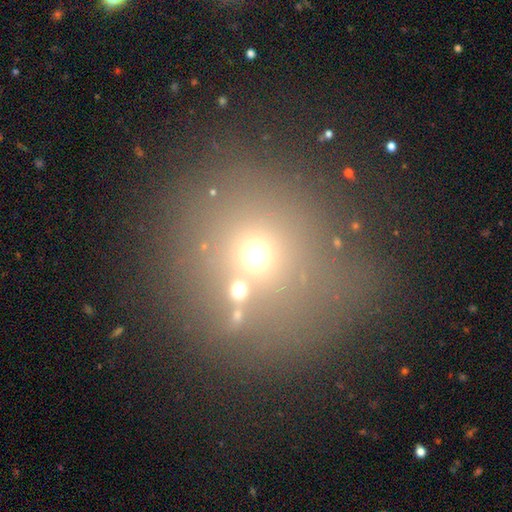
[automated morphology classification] smooth 57%, star or artifact 29%, featured or disk 14%. Down the decision tree: how rounded — round (86%); merging — none (69%).